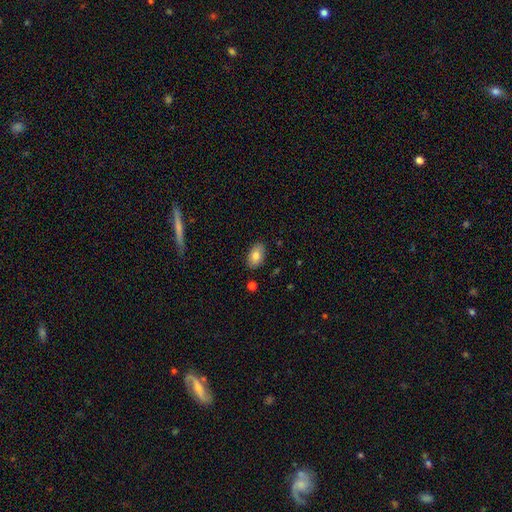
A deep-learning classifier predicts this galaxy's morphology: This is clearly a smooth galaxy (80%). How rounded: clearly in between (92%). Merging: clearly none (86%).